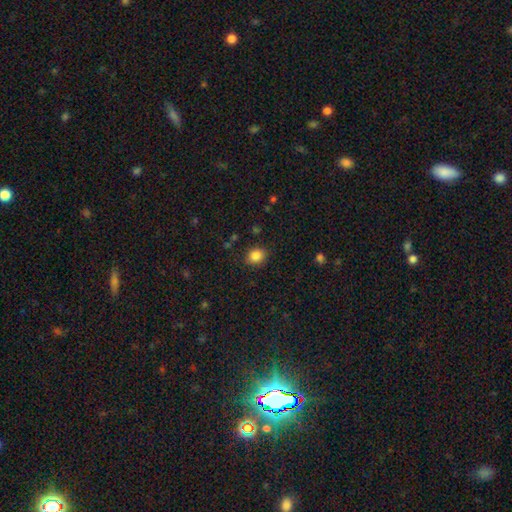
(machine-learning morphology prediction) smooth-or-featured: smooth: 85% | star or artifact: 10% | featured or disk: 5%
  how-rounded: round: 73% | in between: 26% | cigar-shaped: 1%
  merging: none: 86% | minor disturbance: 10% | major disturbance: 3% | merger: 1%